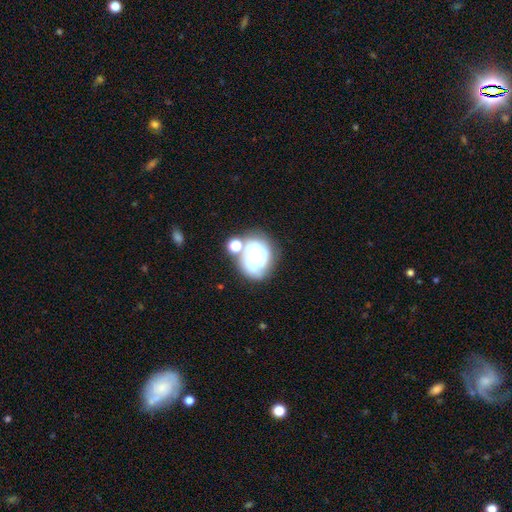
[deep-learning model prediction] smooth-or-featured: featured or disk: 64% | smooth: 26% | star or artifact: 10%
  disk-edge-on: no: 97% | yes: 3%
    bar: no: 78% | weak: 17% | strong: 6%
    has-spiral-arms: yes: 51% | no: 49%
    bulge-size: small: 48% | moderate: 42% | none: 4% | large: 4% | dominant: 2%
  merging: none: 42% | merger: 24% | minor disturbance: 20% | major disturbance: 14%